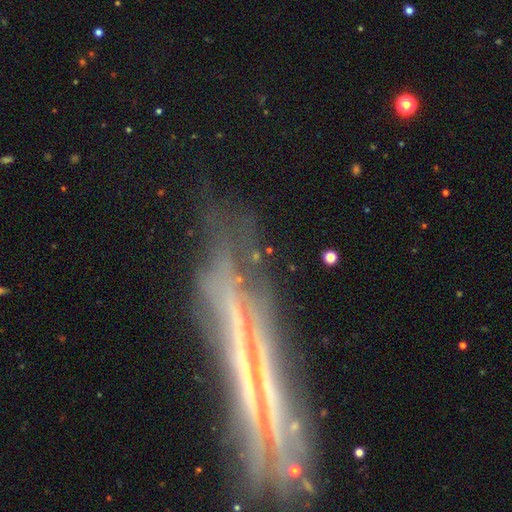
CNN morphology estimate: The model was most divided on "edge-on disk": no: 62%, yes: 38%. More confident: smooth or featured — featured or disk (60%); merging — none (51%).